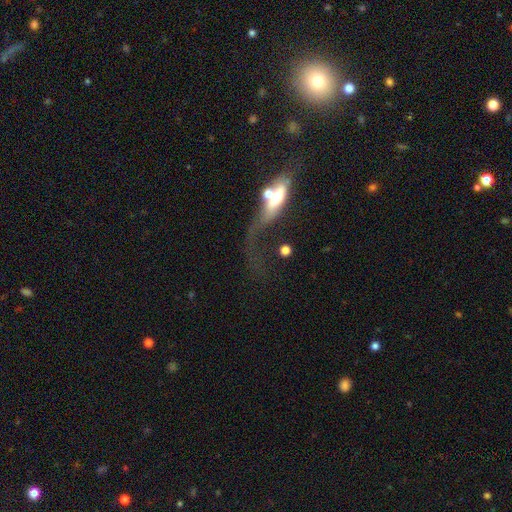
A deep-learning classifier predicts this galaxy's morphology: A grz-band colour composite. It shows a featured or disk galaxy (52%). Merging: major disturbance (49%).